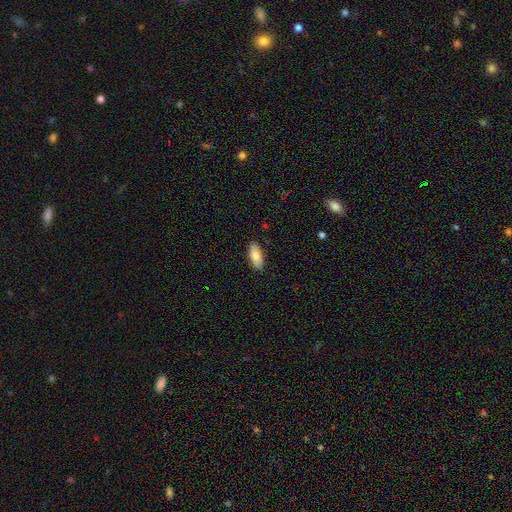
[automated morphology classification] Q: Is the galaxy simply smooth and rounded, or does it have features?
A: smooth — 83%.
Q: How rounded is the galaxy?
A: in between — 85%.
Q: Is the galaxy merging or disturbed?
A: none — 89%.